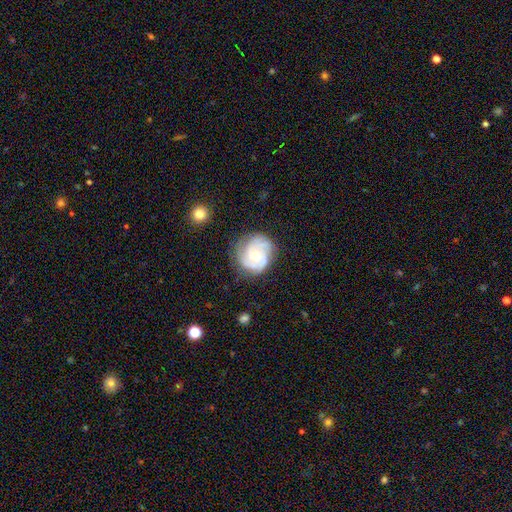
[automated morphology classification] This appears to be a featured or disk galaxy (78%) with no bar (78%), 3 (43%) tight (59%) spiral arms (94%) and a moderate central bulge (51%). Merging: none (73%).